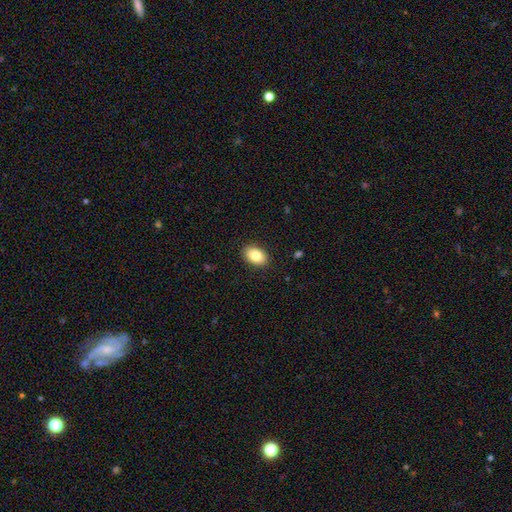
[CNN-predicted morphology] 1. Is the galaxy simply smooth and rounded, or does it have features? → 84% smooth, 9% featured or disk, 7% star or artifact.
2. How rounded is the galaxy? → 88% in between, 11% round, 1% cigar-shaped.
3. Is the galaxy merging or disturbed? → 89% none, 8% minor disturbance, 2% major disturbance, 1% merger.